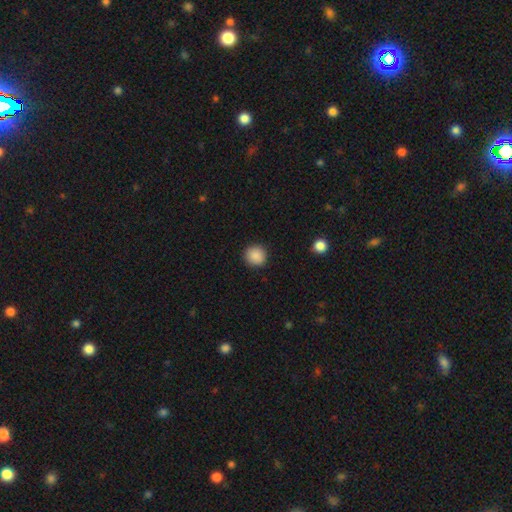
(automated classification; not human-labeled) A smooth galaxy with no disk features (89%) that is round (93%).

Vote fractions:
- Smooth or featured? smooth: 89% / star or artifact: 9% / featured or disk: 3%
- How rounded? round: 93% / in between: 6% / cigar-shaped: 1%
- Merging? none: 91% / minor disturbance: 6% / major disturbance: 2% / merger: 1%